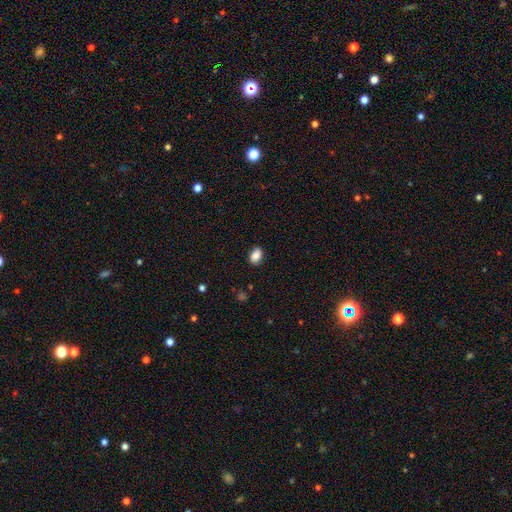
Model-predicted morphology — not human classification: smooth 86%, star or artifact 8%, featured or disk 6%. Down the decision tree: how rounded — in between (80%); merging — none (84%).